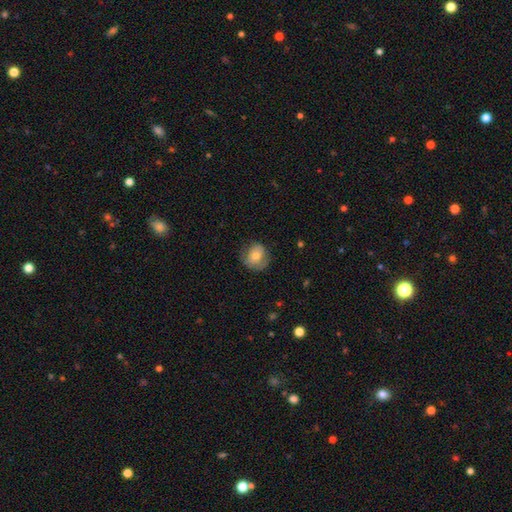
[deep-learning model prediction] smooth-or-featured: smooth: 67% | featured or disk: 26% | star or artifact: 8%
  how-rounded: round: 71% | in between: 28% | cigar-shaped: 1%
  merging: none: 64% | minor disturbance: 24% | major disturbance: 11% | merger: 1%